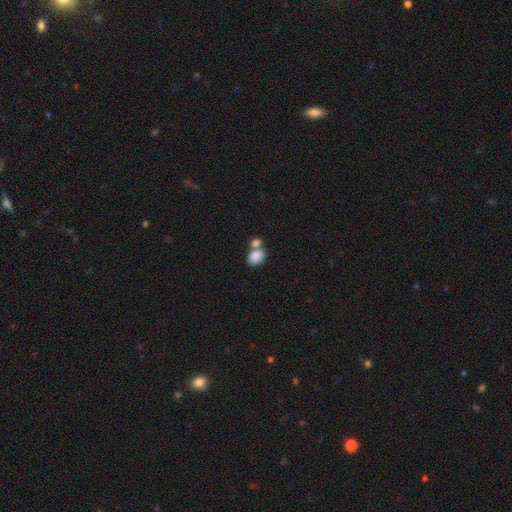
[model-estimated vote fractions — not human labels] Overall: smooth (85%). How rounded: in between (74%). Merging: merger (51%; none 35%).